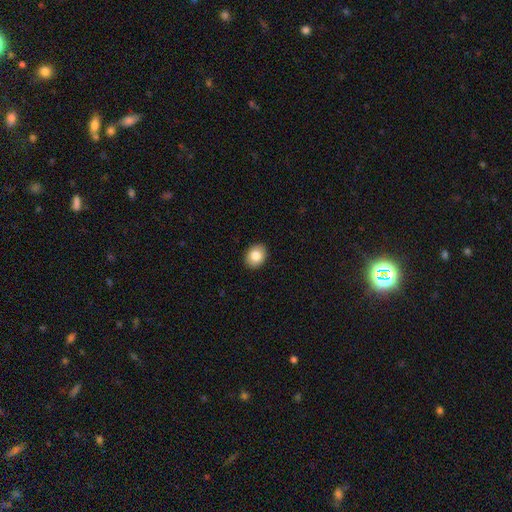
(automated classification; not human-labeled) A smooth galaxy with no disk features (83%) that is in between round and cigar-shaped (57%). Merging: none (92%).